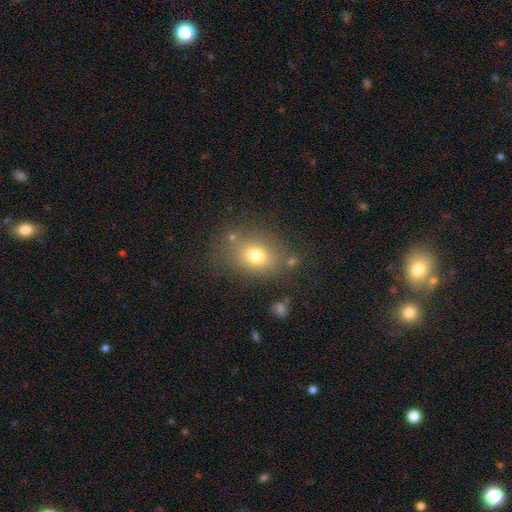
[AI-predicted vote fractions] This is likely a smooth galaxy (74%). How rounded: likely in between (60%). Merging: likely none (73%).